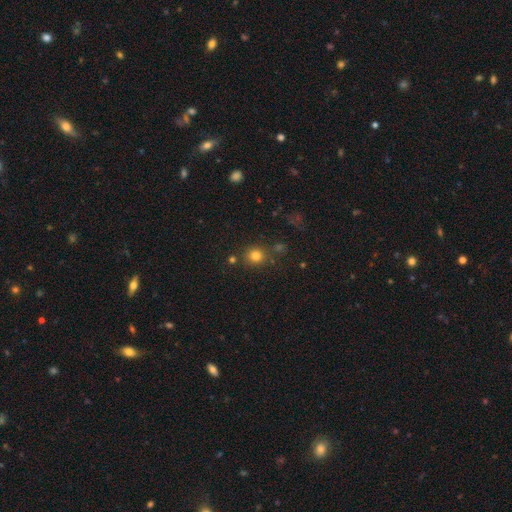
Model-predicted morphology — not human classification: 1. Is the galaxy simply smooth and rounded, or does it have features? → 79% smooth, 15% star or artifact, 6% featured or disk.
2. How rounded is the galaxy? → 87% round, 12% in between, 1% cigar-shaped.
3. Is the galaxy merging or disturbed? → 78% none, 10% minor disturbance, 8% merger, 4% major disturbance.